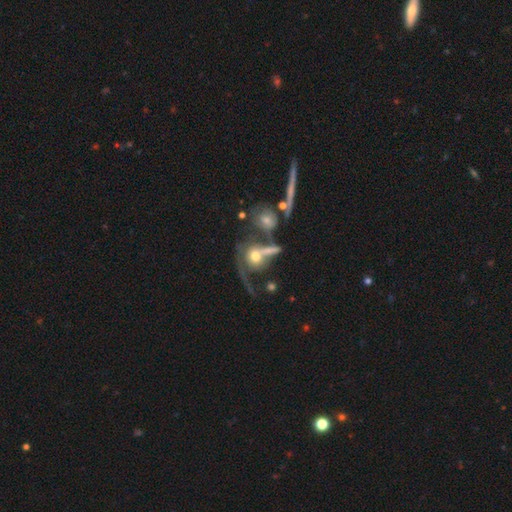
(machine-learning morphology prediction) A featured or disk galaxy (44%). Merging: merger (34%).